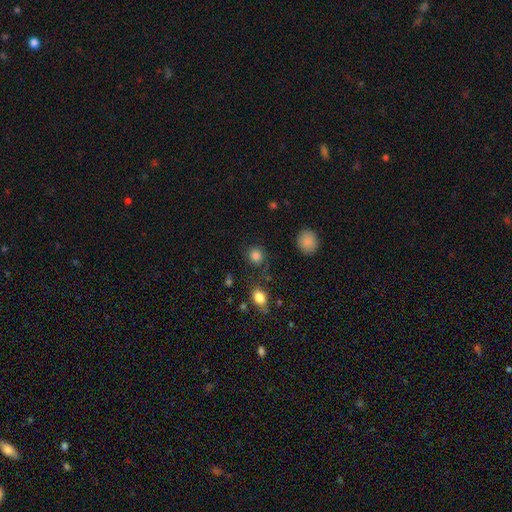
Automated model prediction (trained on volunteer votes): smooth_or_featured: smooth (p=0.84) [alt: star or artifact p=0.11]
how_rounded: round (p=0.86) [alt: in between p=0.13]
merging: none (p=0.79) [alt: minor disturbance p=0.12]